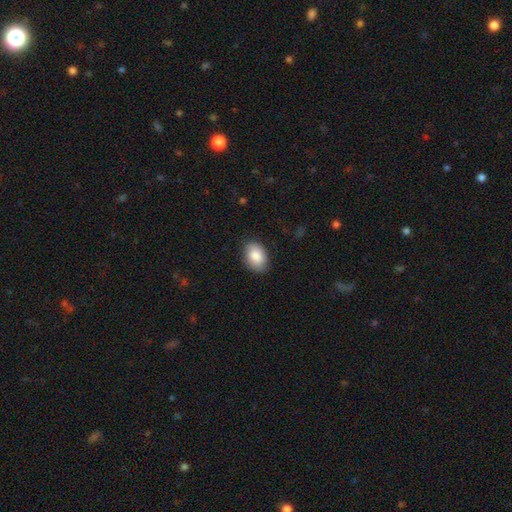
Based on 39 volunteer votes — Smooth or featured: smooth — 92% (featured or disk — 8%)
How rounded: in between — 86% (round — 11%)
Merging: none — 87% (minor disturbance — 13%)